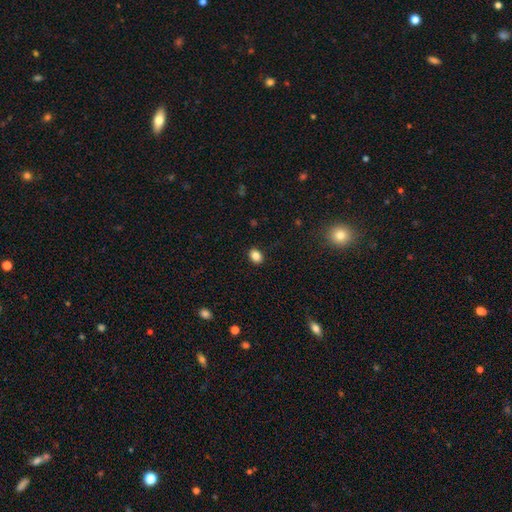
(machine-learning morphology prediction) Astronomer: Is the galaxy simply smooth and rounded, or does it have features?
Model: smooth — 85%.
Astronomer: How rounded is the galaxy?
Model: in between — 64%.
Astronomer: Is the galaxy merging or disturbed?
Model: none — 89%.